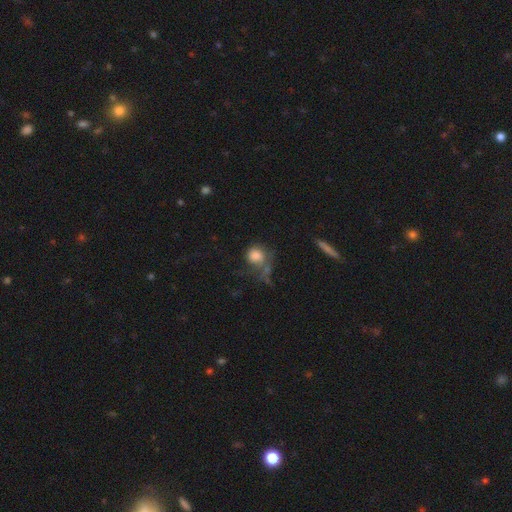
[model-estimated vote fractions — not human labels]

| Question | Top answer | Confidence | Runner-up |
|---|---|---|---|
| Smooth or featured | smooth | 76% | featured or disk (15%) |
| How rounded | round | 79% | in between (20%) |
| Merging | none | 37% | major disturbance (32%) |